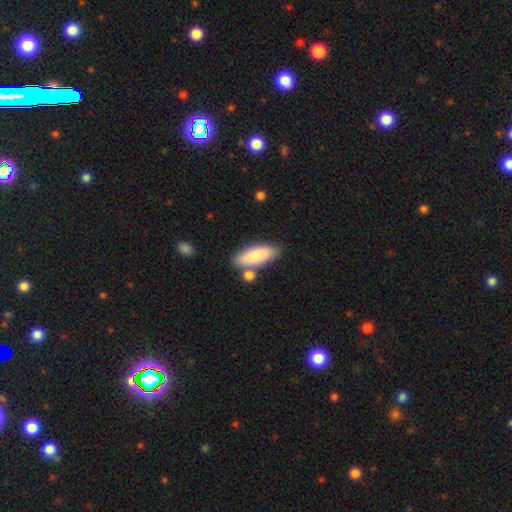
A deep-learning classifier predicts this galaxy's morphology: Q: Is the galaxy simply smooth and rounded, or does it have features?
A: smooth — 80%.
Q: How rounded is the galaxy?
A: in between — 72%.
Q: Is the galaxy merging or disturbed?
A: none — 71%.